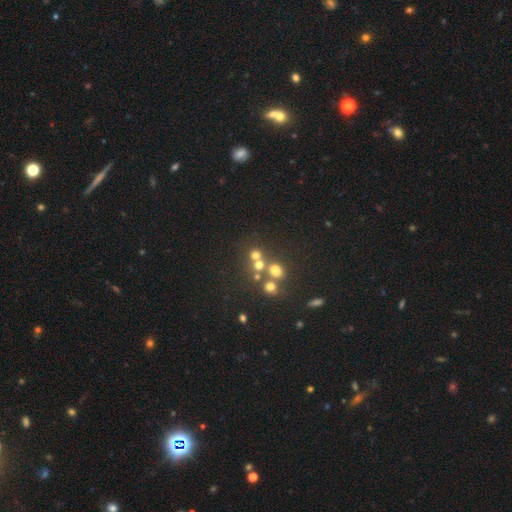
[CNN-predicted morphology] A smooth galaxy with no disk features (62%) that is round (85%).

Vote fractions:
- Smooth or featured? smooth: 62% / star or artifact: 24% / featured or disk: 15%
- How rounded? round: 85% / in between: 14% / cigar-shaped: 1%
- Merging? none: 53% / merger: 34% / minor disturbance: 8% / major disturbance: 5%